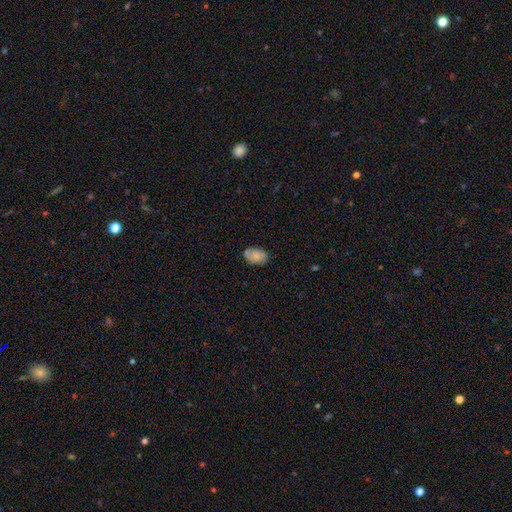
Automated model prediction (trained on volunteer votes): A smooth galaxy with no disk features (64%) that is in between round and cigar-shaped (87%).

Vote fractions:
- Smooth or featured? smooth: 64% / featured or disk: 28% / star or artifact: 8%
- How rounded? in between: 87% / round: 11% / cigar-shaped: 1%
- Merging? none: 77% / minor disturbance: 18% / major disturbance: 4% / merger: 2%